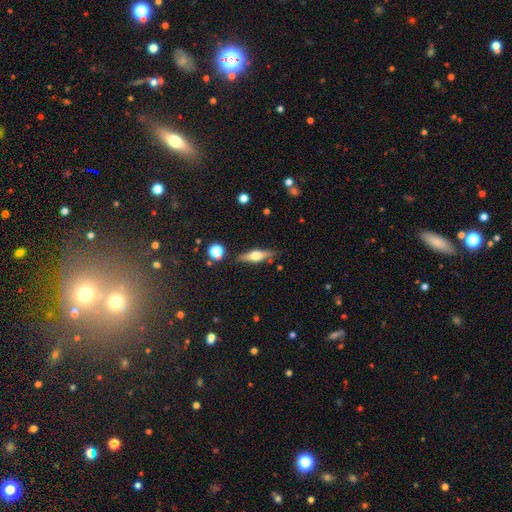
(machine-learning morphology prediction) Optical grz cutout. It shows a featured or disk galaxy (58%) viewed edge-on (93%) with a rounded central bulge (93%). Merging: none (84%).